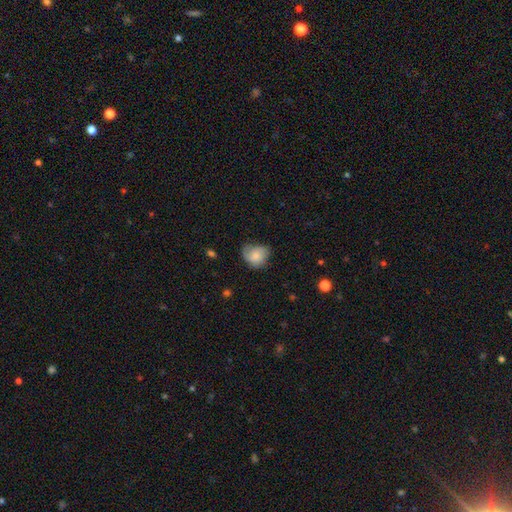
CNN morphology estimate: smooth-or-featured: smooth: 65% | featured or disk: 27% | star or artifact: 8%
  how-rounded: round: 58% | in between: 41% | cigar-shaped: 1%
  merging: none: 49% | minor disturbance: 35% | major disturbance: 15% | merger: 2%